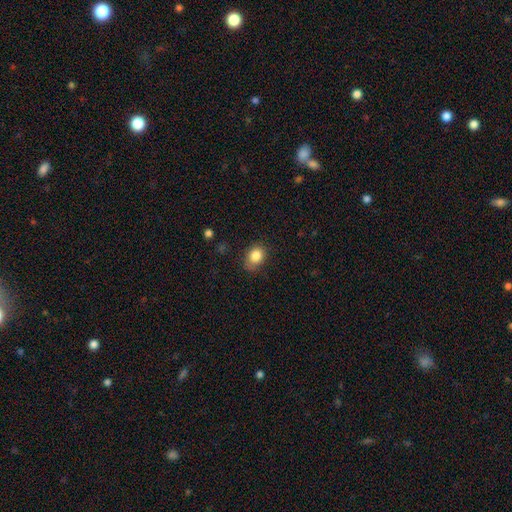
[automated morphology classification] smooth_or_featured: smooth (p=0.85) [alt: star or artifact p=0.09]
how_rounded: in between (p=0.59) [alt: round p=0.40]
merging: none (p=0.71) [alt: minor disturbance p=0.22]